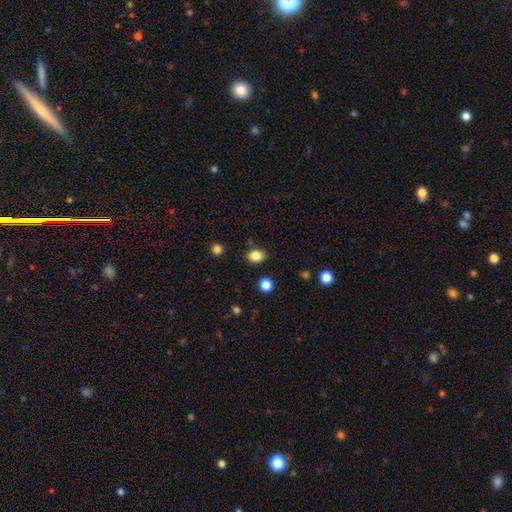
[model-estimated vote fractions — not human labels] Overall: smooth (84%). How rounded: in between (54%; round 45%). Merging: none (84%).